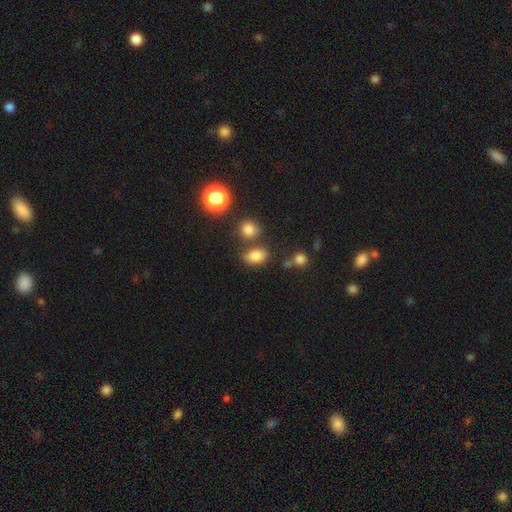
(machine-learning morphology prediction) Smooth or featured? smooth (81%)
How rounded? in between (79%)
Merging? none (68%)